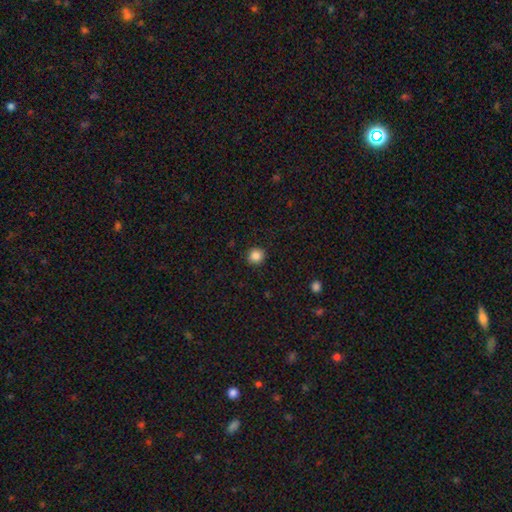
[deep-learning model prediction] Q: Smooth or featured?
A: smooth (86%); runner-up: star or artifact (10%)
Q: How rounded?
A: round (88%); runner-up: in between (11%)
Q: Merging?
A: none (90%); runner-up: minor disturbance (7%)